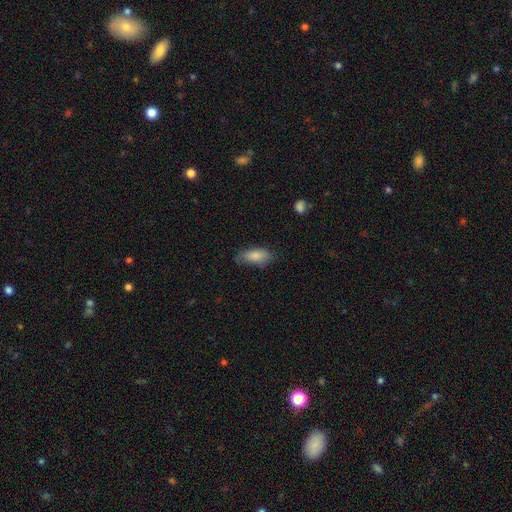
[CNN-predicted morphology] Smooth or featured? smooth (83%)
How rounded? in between (83%)
Merging? none (62%)